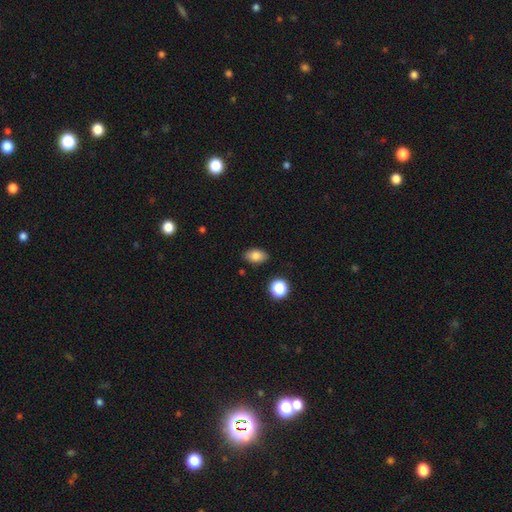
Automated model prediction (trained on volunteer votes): Overall: smooth (82%). How rounded: in between (87%). Merging: none (85%).